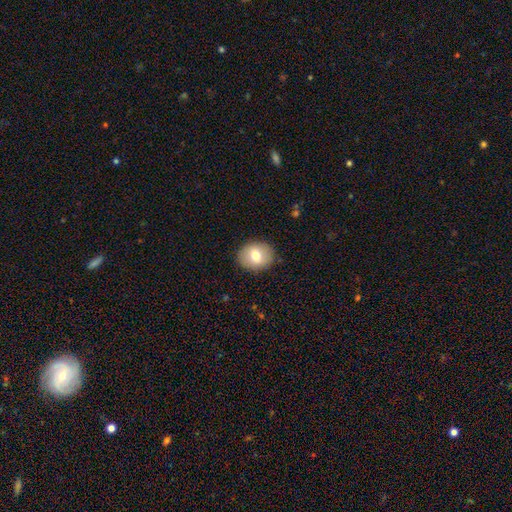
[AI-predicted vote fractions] A smooth galaxy with no disk features (73%) that is round (56%). Merging: none (87%).